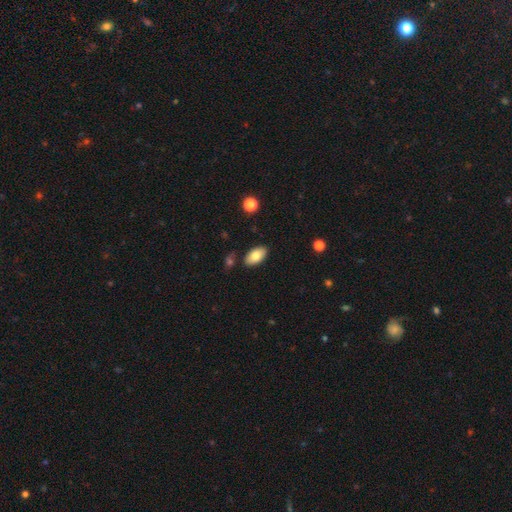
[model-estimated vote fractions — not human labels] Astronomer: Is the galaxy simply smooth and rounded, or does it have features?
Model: smooth — 79%.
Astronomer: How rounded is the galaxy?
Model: in between — 95%.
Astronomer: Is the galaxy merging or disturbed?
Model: none — 84%.